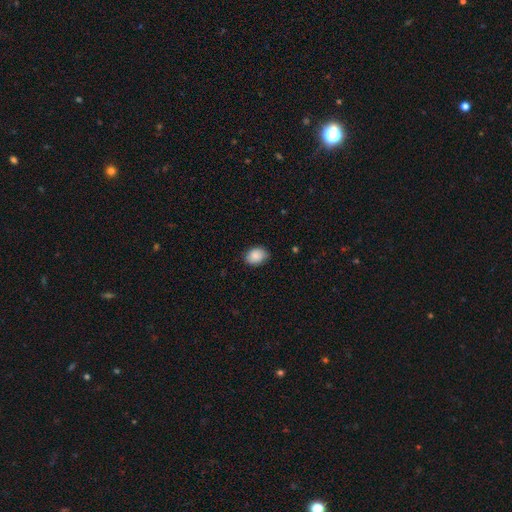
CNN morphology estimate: This appears to be a smooth galaxy with no disk features (88%) that is in between round and cigar-shaped (70%). Merging: none (84%).